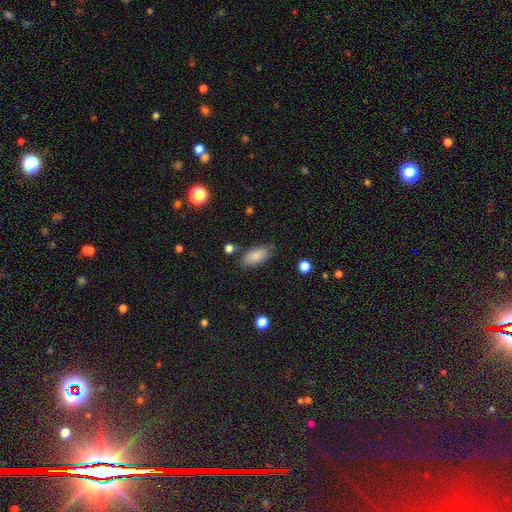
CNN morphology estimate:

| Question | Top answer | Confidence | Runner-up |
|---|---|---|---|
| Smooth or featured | smooth | 85% | featured or disk (8%) |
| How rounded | in between | 89% | cigar-shaped (8%) |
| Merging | none | 78% | minor disturbance (15%) |